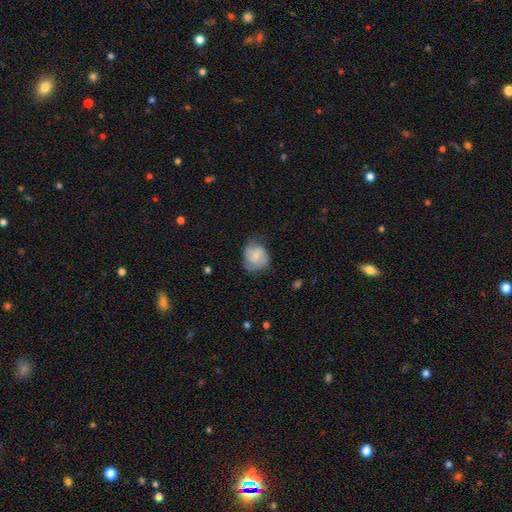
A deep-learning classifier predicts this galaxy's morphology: The model was most divided on "merging": none: 55%, minor disturbance: 31%, major disturbance: 13%, merger: 2%. More confident: how rounded — round (68%); smooth or featured — smooth (59%).